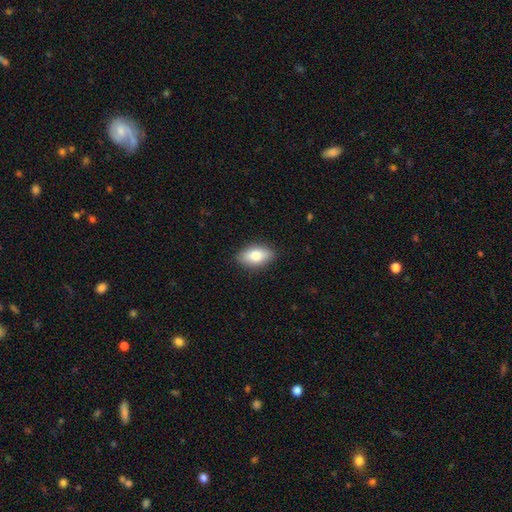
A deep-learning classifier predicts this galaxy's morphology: smooth 76%, featured or disk 17%, star or artifact 7%. Down the decision tree: how rounded — in between (89%); merging — none (87%).